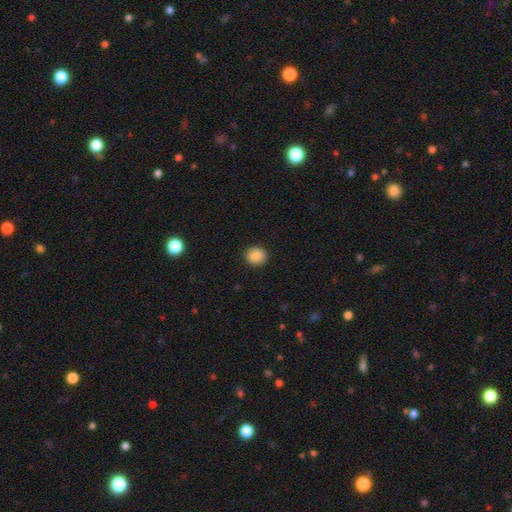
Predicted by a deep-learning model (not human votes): The model was most divided on "how rounded": round: 80%, in between: 19%, cigar-shaped: 1%. More confident: merging — none (90%); smooth or featured — smooth (87%).